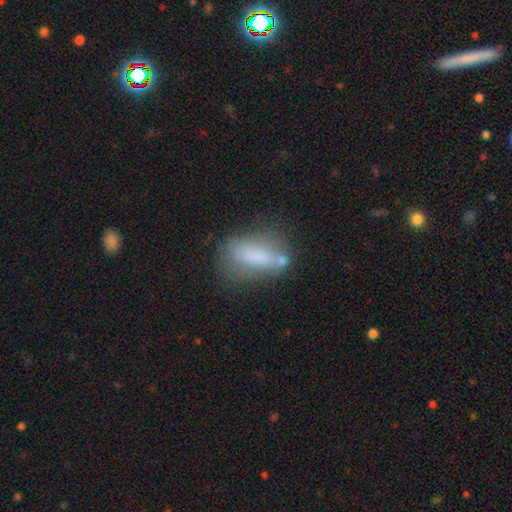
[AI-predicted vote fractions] Overall: smooth (66%). How rounded: in between (74%). Merging: none (46%; minor disturbance 24%).